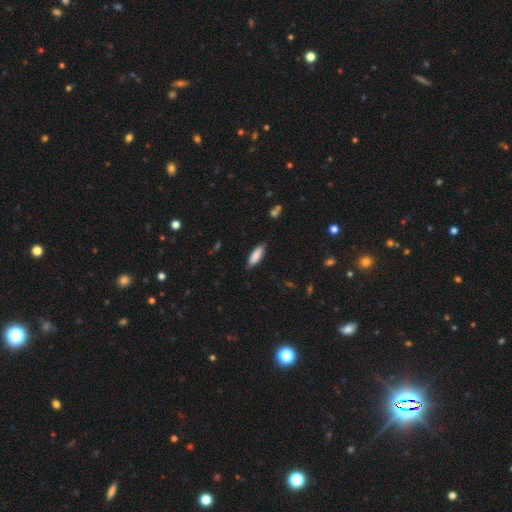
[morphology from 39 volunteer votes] Smooth or featured? 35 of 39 (90%) said smooth. How rounded? 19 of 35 (54%) said in between. Merging? 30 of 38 (79%) said none.